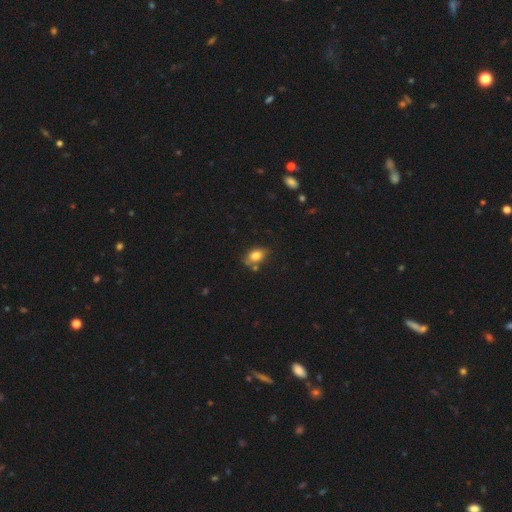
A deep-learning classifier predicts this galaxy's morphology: type=smooth (80%); roundness=in between (83%); merging=none (65%).